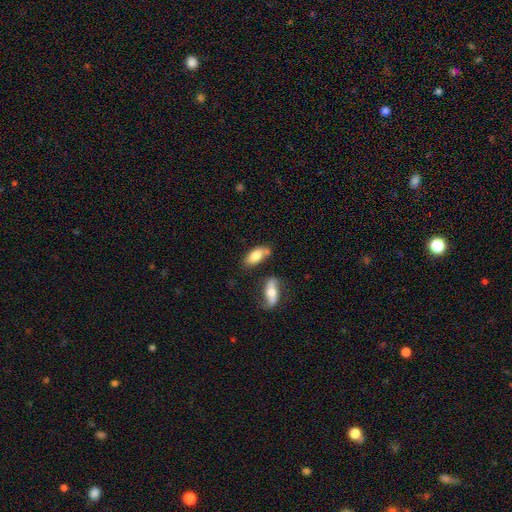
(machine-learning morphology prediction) Smooth or featured?
  - smooth: 77% *
  - featured or disk: 16%
  - star or artifact: 7%
How rounded?
  - in between: 85% *
  - cigar-shaped: 11%
  - round: 3%
Merging?
  - none: 59% *
  - minor disturbance: 19%
  - merger: 17%
  - major disturbance: 6%